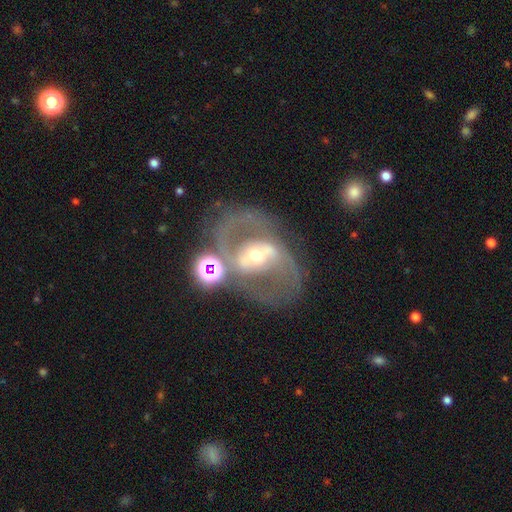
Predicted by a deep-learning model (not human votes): Morphology: type=featured or disk (78%); edge-on=no (94%); bar=strong (49%); spiral arms=yes (59%); bulge=moderate (62%); merging=none (58%).